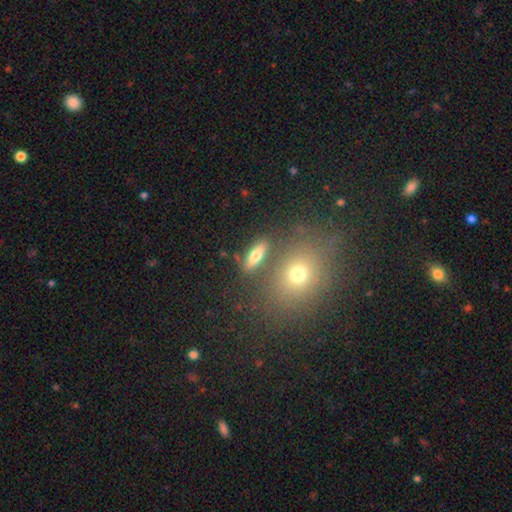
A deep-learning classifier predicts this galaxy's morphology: Q: Smooth or featured?
A: smooth (65%); runner-up: featured or disk (24%)
Q: How rounded?
A: in between (52%); runner-up: cigar-shaped (37%)
Q: Merging?
A: none (79%); runner-up: minor disturbance (10%)